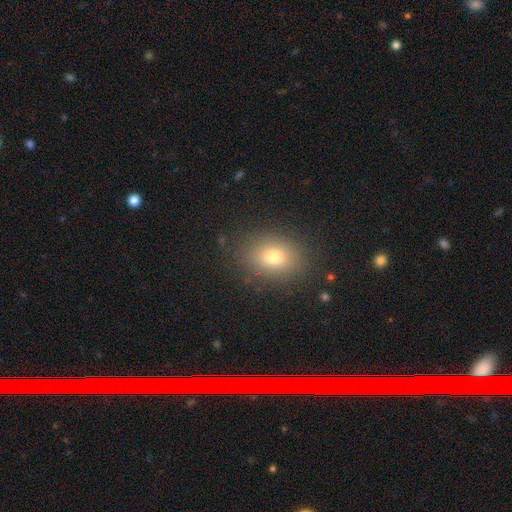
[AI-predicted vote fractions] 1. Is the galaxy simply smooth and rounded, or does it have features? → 69% smooth, 21% star or artifact, 10% featured or disk.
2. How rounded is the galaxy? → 63% round, 36% in between, 2% cigar-shaped.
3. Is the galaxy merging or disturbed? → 90% none, 7% minor disturbance, 2% major disturbance, 1% merger.